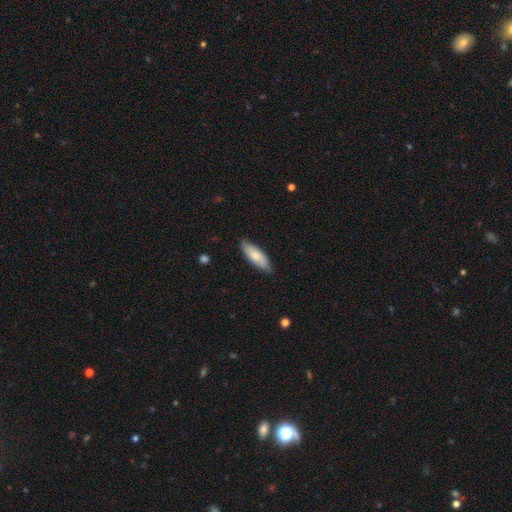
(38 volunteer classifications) smooth 71%, featured or disk 24%, star or artifact 5%. Down the decision tree: how rounded — cigar-shaped (59%); merging — none (78%).